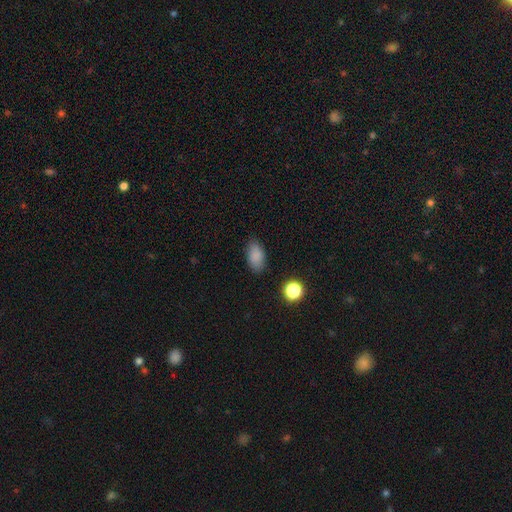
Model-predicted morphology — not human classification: The model was most divided on "merging": none: 82%, minor disturbance: 13%, major disturbance: 3%, merger: 2%. More confident: how rounded — in between (91%); smooth or featured — smooth (85%).